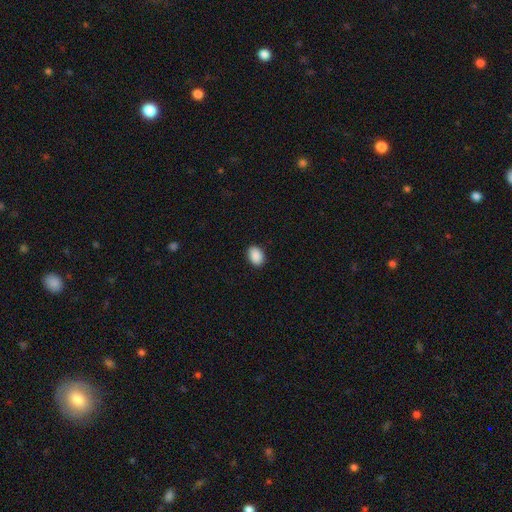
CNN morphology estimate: A smooth galaxy with no disk features (91%) that is in between round and cigar-shaped (79%). Merging: none (89%).